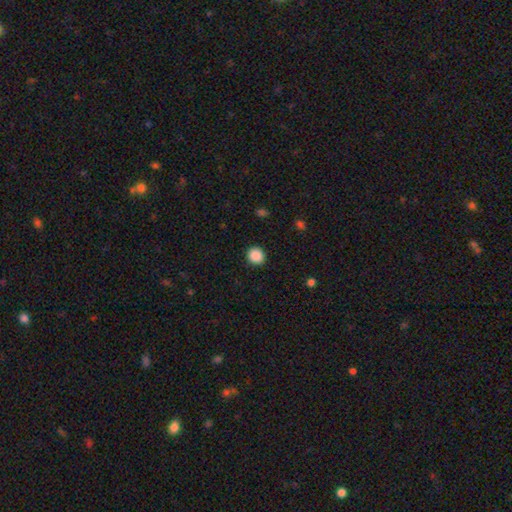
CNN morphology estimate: Smooth or featured? smooth (88%)
How rounded? round (88%)
Merging? none (92%)